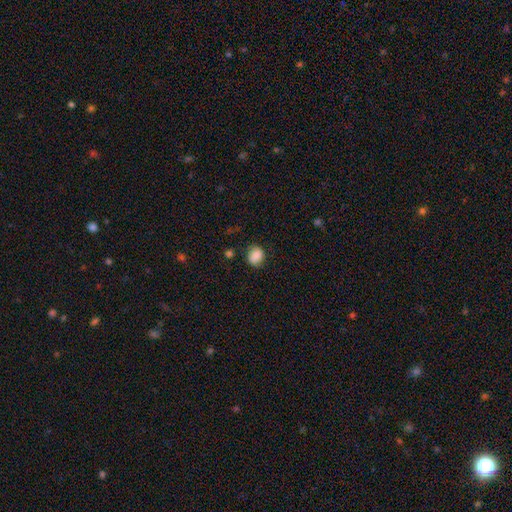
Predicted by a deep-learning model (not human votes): Smooth or featured? smooth (79%)
How rounded? round (57%)
Merging? none (72%)